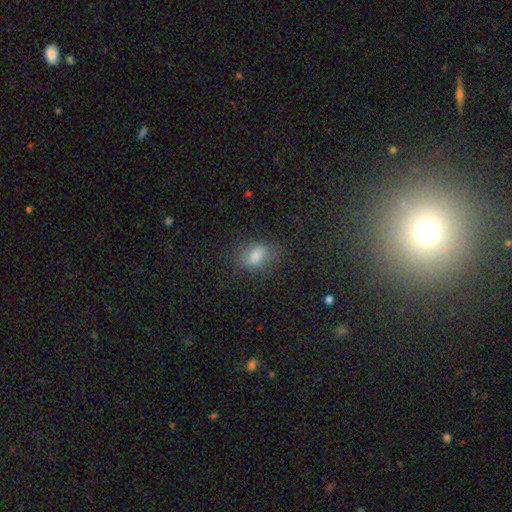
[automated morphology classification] Smooth or featured? Predicted: smooth (p=0.75). How rounded? Predicted: in between (p=0.80). Merging? Predicted: none (p=0.74).